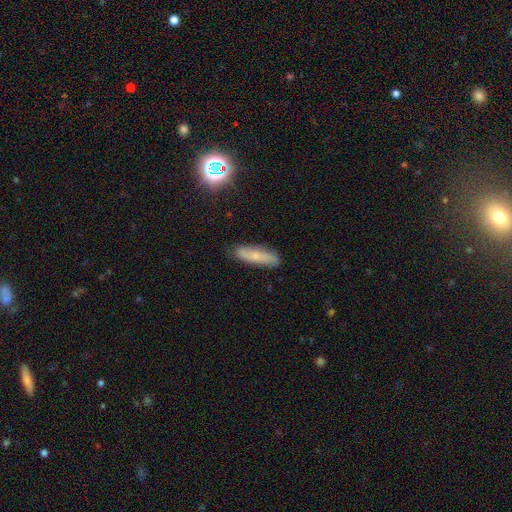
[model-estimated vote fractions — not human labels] Morphology: type=smooth (61%); roundness=cigar-shaped (65%); merging=none (84%).